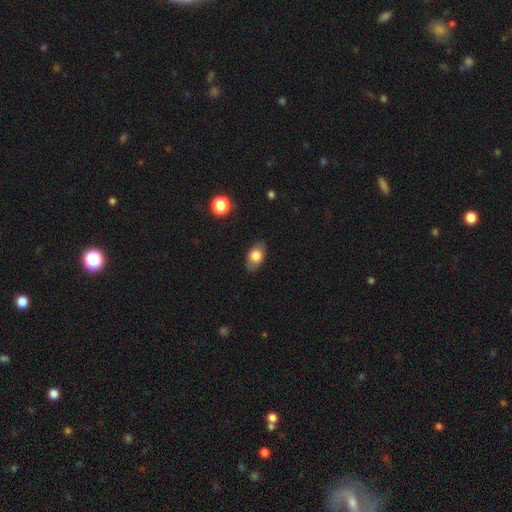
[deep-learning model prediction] Smooth or featured? Predicted: smooth (p=0.77). How rounded? Predicted: in between (p=0.89). Merging? Predicted: none (p=0.84).